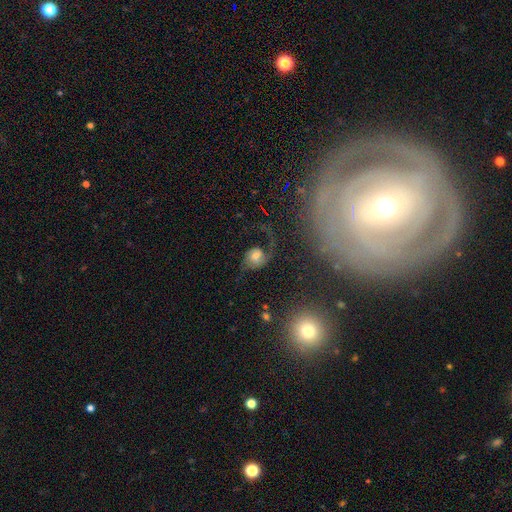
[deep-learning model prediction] This is likely a featured or disk galaxy (63%). It is clearly not viewed edge-on (97%). Bar: likely no (64%). Spiral arm pattern: clearly yes (90%). Spiral arm count: likely 2 (61%). Spiral winding: possibly loose (57%). Central bulge: possibly moderate (51%). Merging: marginally none (43%).